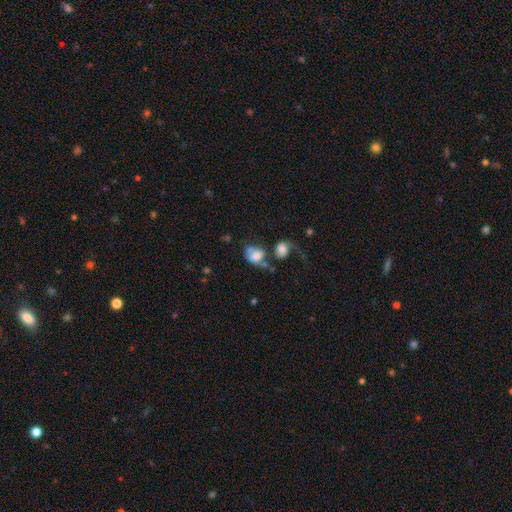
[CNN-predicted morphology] Q: Smooth or featured?
A: smooth (62%); runner-up: featured or disk (28%)
Q: How rounded?
A: in between (62%); runner-up: round (36%)
Q: Merging?
A: merger (40%); runner-up: major disturbance (24%)